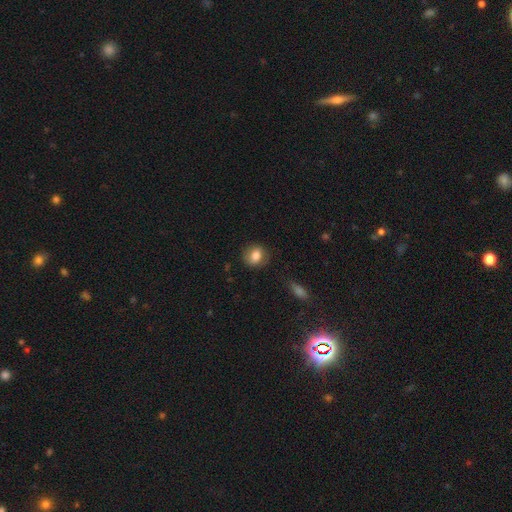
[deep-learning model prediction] Smooth or featured?
  - smooth: 77% *
  - featured or disk: 15%
  - star or artifact: 8%
How rounded?
  - round: 65% *
  - in between: 34%
  - cigar-shaped: 1%
Merging?
  - none: 80% *
  - minor disturbance: 14%
  - major disturbance: 4%
  - merger: 2%